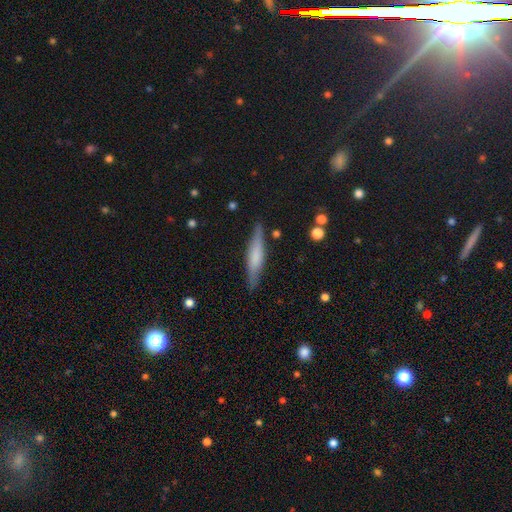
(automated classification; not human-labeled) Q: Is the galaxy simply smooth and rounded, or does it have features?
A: smooth — 52%.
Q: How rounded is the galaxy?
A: cigar-shaped — 85%.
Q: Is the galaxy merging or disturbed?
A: none — 86%.